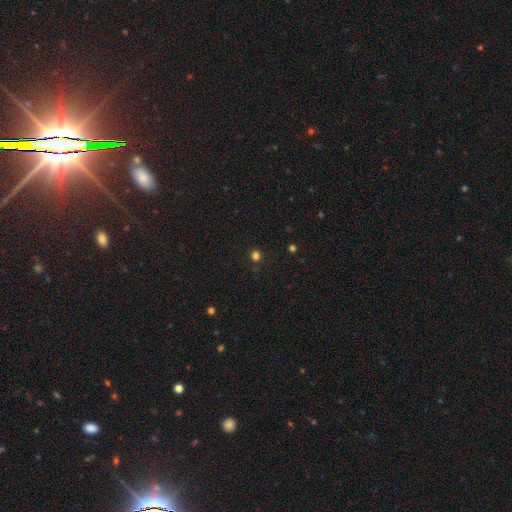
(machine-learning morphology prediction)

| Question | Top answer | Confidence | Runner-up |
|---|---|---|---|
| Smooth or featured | smooth | 74% | star or artifact (22%) |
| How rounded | round | 90% | in between (9%) |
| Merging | none | 88% | minor disturbance (8%) |